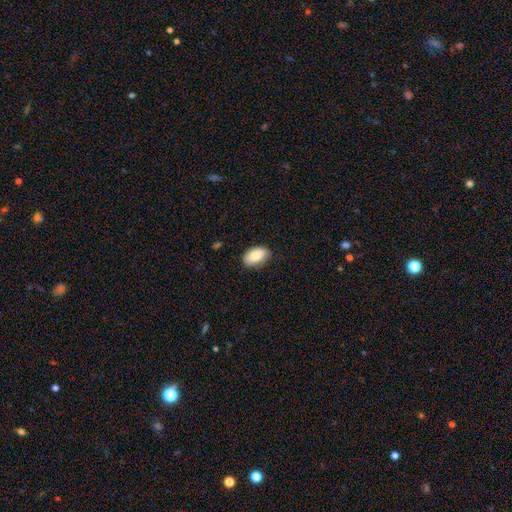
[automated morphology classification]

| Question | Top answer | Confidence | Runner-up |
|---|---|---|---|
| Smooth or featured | smooth | 81% | featured or disk (12%) |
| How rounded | in between | 92% | round (6%) |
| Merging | none | 79% | minor disturbance (17%) |